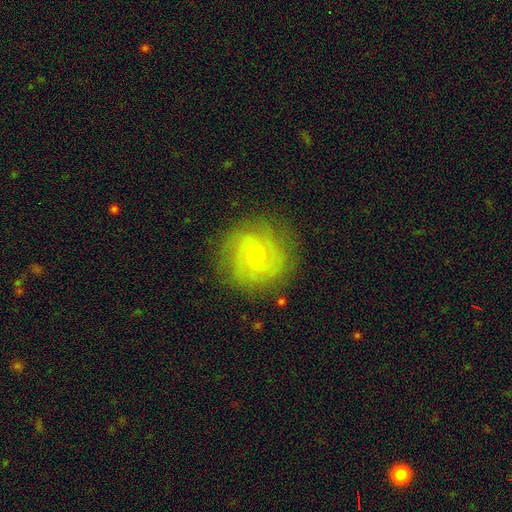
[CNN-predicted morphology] smooth_or_featured: featured or disk (p=0.78) [alt: smooth p=0.15]
disk_edge_on: no (p=0.98) [alt: yes p=0.02]
bar: no (p=0.69) [alt: weak p=0.27]
has_spiral_arms: yes (p=0.94) [alt: no p=0.06]
spiral_winding: tight (p=0.59) [alt: medium p=0.33]
spiral_arm_count: 2 (p=0.48) [alt: can't tell p=0.21]
bulge_size: small (p=0.81) [alt: moderate p=0.14]
merging: none (p=0.82) [alt: minor disturbance p=0.12]